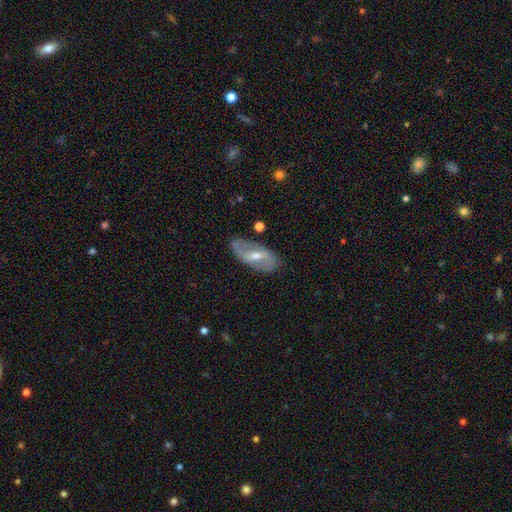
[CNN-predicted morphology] type=featured or disk (77%); edge-on=no (92%); bar=strong (47%); spiral arms=yes (82%); winding=loose (53%); arm count=2 (86%); bulge=moderate (52%); merging=none (78%).